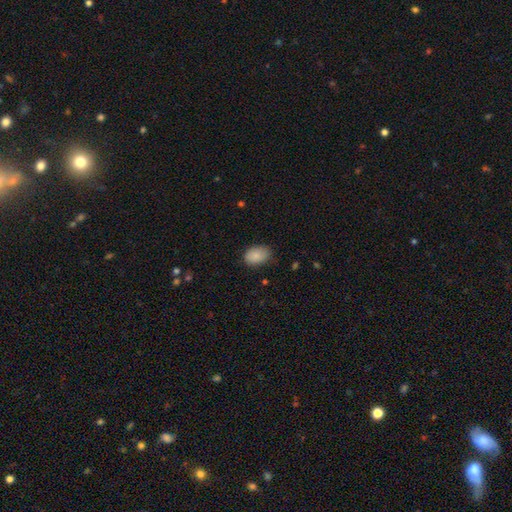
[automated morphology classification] The model was most divided on "merging": none: 75%, minor disturbance: 21%, major disturbance: 4%, merger: 1%. More confident: smooth or featured — smooth (87%); how rounded — in between (85%).